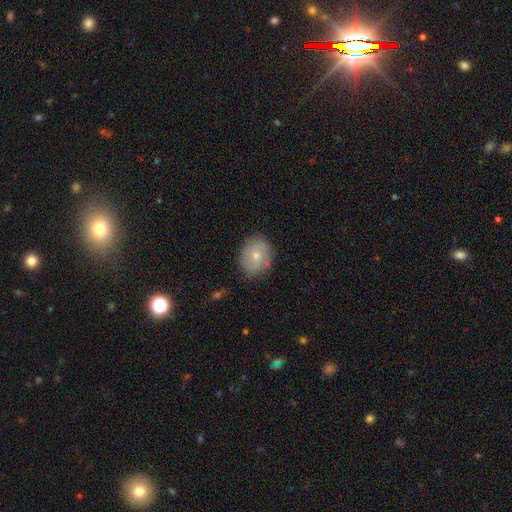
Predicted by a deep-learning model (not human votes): Overall: featured or disk (48%; smooth 45%). Merging: none (80%).